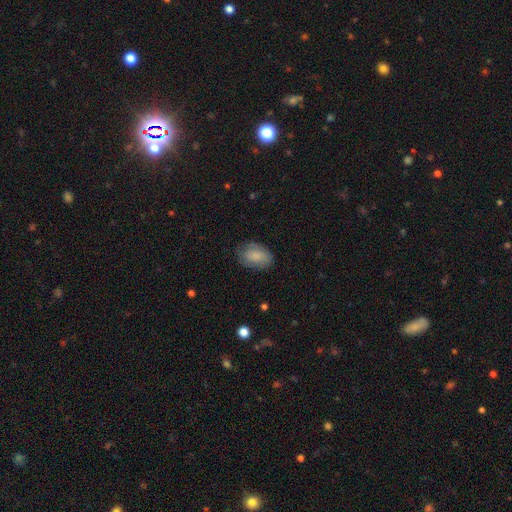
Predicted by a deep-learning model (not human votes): Q: Smooth or featured?
A: smooth (81%); runner-up: featured or disk (13%)
Q: How rounded?
A: in between (86%); runner-up: round (13%)
Q: Merging?
A: none (74%); runner-up: minor disturbance (20%)